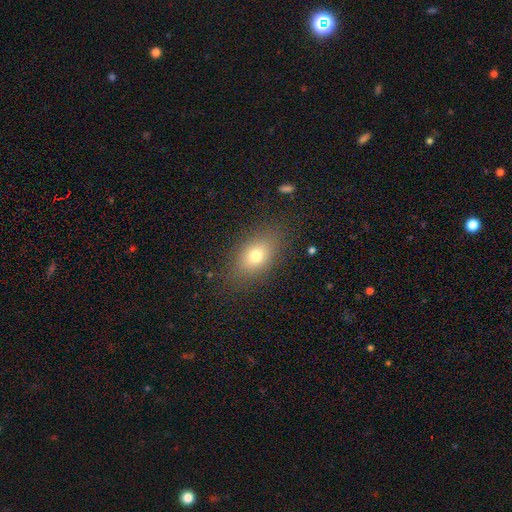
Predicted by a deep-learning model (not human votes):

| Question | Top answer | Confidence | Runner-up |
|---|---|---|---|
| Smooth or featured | smooth | 74% | featured or disk (15%) |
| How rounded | in between | 81% | round (16%) |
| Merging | none | 83% | minor disturbance (11%) |